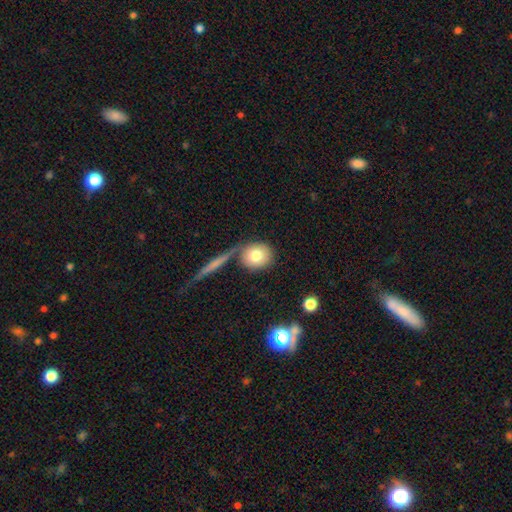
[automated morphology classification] Overall: smooth (79%). How rounded: round (77%). Merging: none (69%).